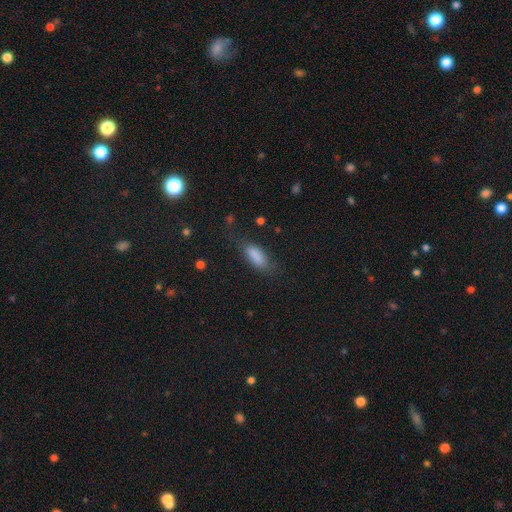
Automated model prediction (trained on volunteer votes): Overall: smooth (84%). How rounded: in between (78%). Merging: none (63%; minor disturbance 23%).